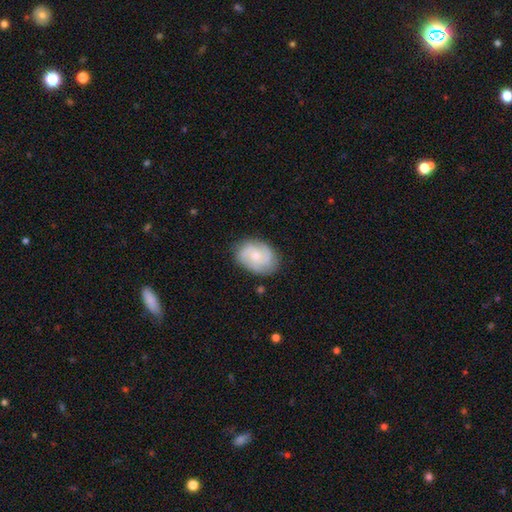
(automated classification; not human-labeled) The model was most divided on "spiral arm count": 3: 30%, 2: 29%, can't tell: 26%, 4: 7%, 1: 4%, more than 4: 4%. Remaining: edge-on disk — no (97%); spiral arms — yes (88%); merging — none (76%); bar — no (75%); smooth or featured — featured or disk (60%); bulge size — small (59%); spiral winding — tight (45%).